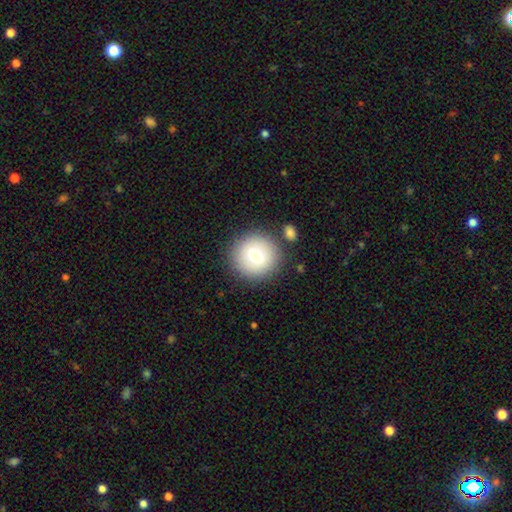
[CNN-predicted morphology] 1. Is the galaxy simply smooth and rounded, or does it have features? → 70% smooth, 20% featured or disk, 10% star or artifact.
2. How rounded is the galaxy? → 91% round, 8% in between, 1% cigar-shaped.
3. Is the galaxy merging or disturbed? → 82% none, 9% minor disturbance, 5% merger, 4% major disturbance.